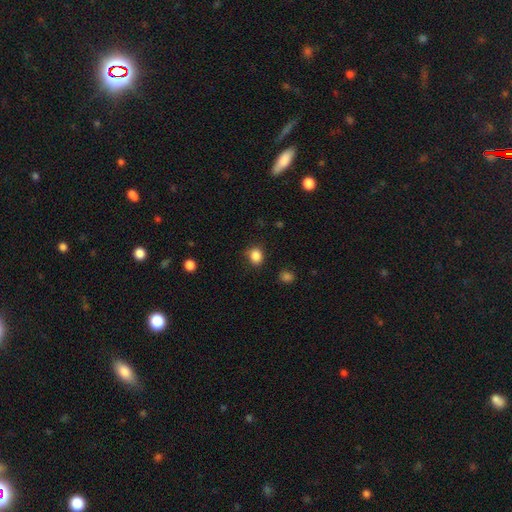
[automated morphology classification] This appears to be a smooth galaxy with no disk features (86%) that is round (62%). Merging: none (81%).